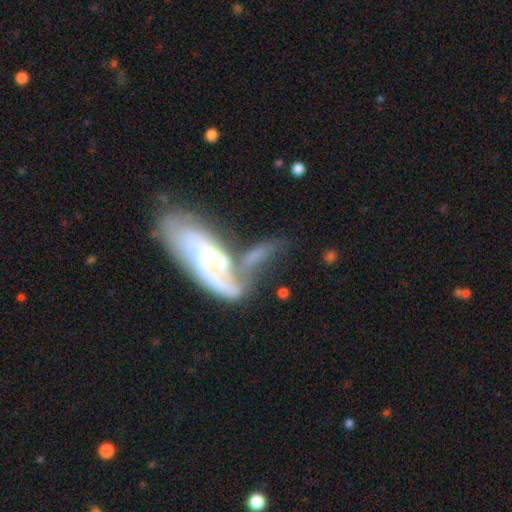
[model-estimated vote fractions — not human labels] The model was most divided on "bulge size": moderate: 43%, small: 37%, none: 11%, large: 7%, dominant: 2%. Remaining: edge-on disk — no (81%); spiral arms — yes (70%); smooth or featured — featured or disk (63%); bar — no (56%); merging — merger (41%).